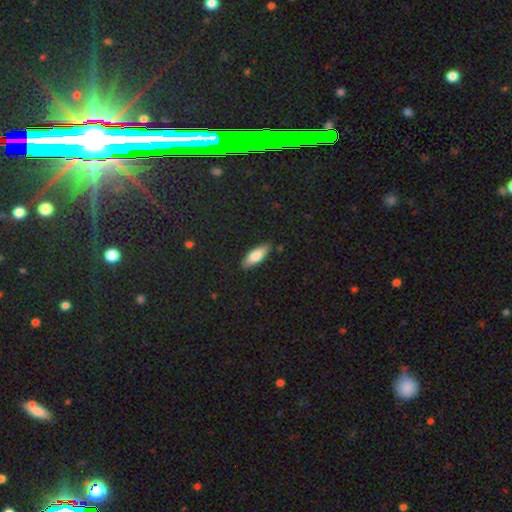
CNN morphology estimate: A smooth galaxy with no disk features (73%) that is in between round and cigar-shaped (62%). Merging: none (85%).